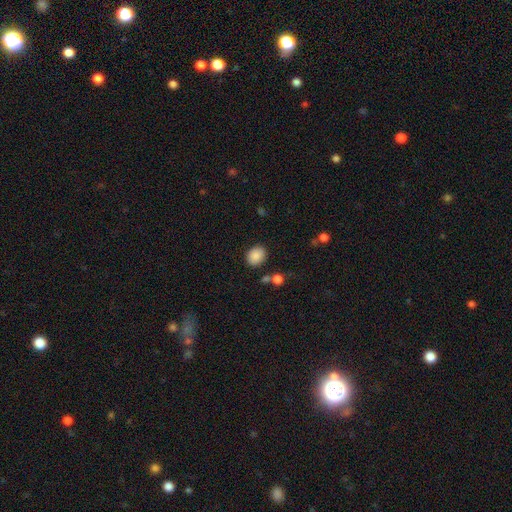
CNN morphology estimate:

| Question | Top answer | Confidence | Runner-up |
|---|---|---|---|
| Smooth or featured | smooth | 87% | star or artifact (8%) |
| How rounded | in between | 55% | round (44%) |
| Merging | none | 84% | minor disturbance (10%) |